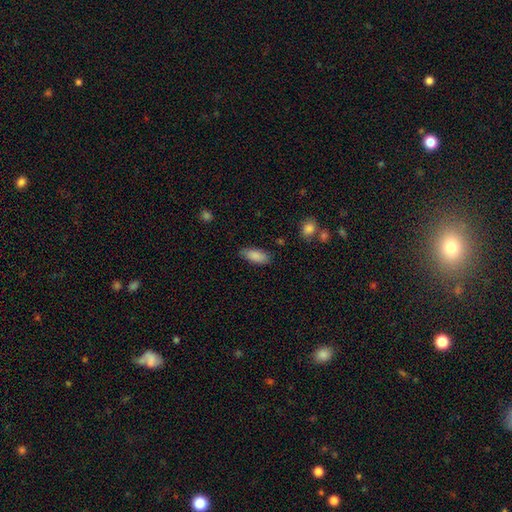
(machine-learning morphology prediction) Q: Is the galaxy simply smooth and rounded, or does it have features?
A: smooth — 88%.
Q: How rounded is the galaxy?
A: in between — 82%.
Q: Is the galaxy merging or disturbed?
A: none — 81%.